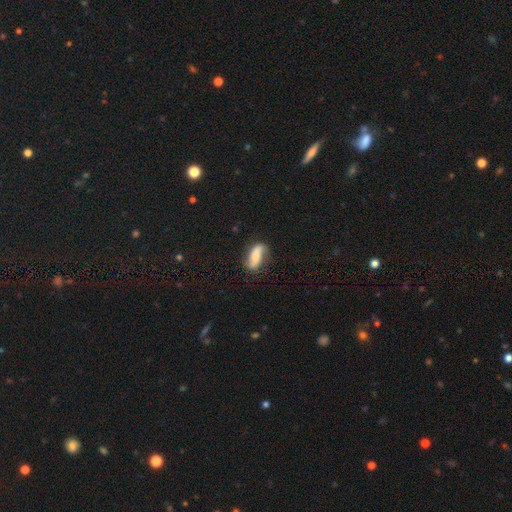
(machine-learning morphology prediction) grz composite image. It shows a featured or disk galaxy (49%). Merging: none (75%).